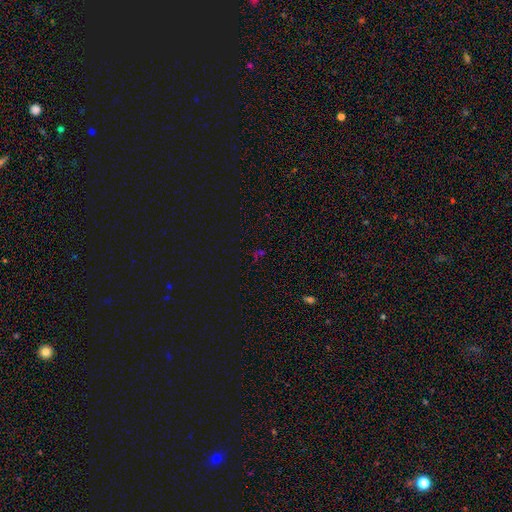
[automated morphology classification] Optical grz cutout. It shows a star or artifact, not a galaxy (65%).